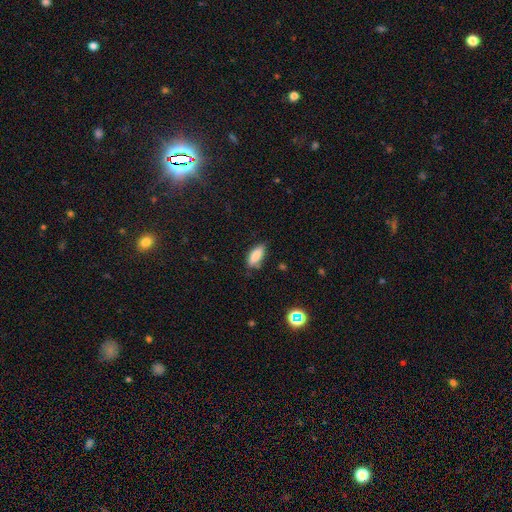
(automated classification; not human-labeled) This is clearly a smooth galaxy (85%). How rounded: clearly in between (84%). Merging: likely none (72%).